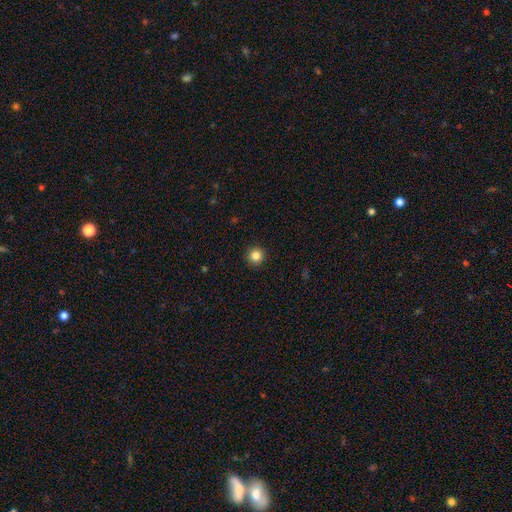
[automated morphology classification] Smooth or featured? Predicted: smooth (p=0.85). How rounded? Predicted: round (p=0.96). Merging? Predicted: none (p=0.93).